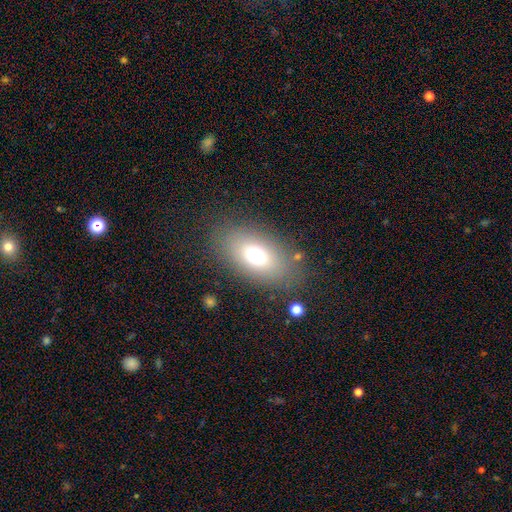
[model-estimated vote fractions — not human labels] A smooth galaxy with no disk features (69%) that is in between round and cigar-shaped (82%).

Vote fractions:
- Smooth or featured? smooth: 69% / featured or disk: 17% / star or artifact: 15%
- How rounded? in between: 82% / round: 15% / cigar-shaped: 3%
- Merging? none: 81% / minor disturbance: 10% / major disturbance: 6% / merger: 2%